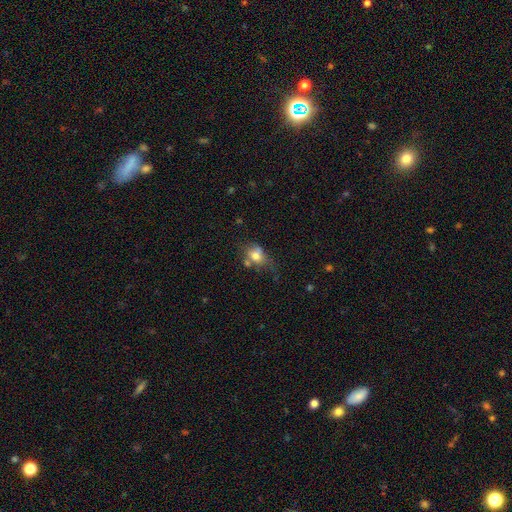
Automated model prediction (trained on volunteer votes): smooth_or_featured: smooth (p=0.70) [alt: featured or disk p=0.19]
how_rounded: in between (p=0.55) [alt: round p=0.43]
merging: none (p=0.40) [alt: minor disturbance p=0.26]